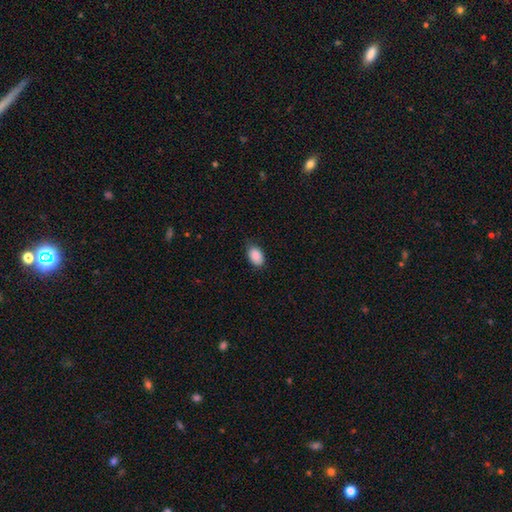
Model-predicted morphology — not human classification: This is clearly a smooth galaxy (89%). How rounded: clearly in between (89%). Merging: likely none (76%).